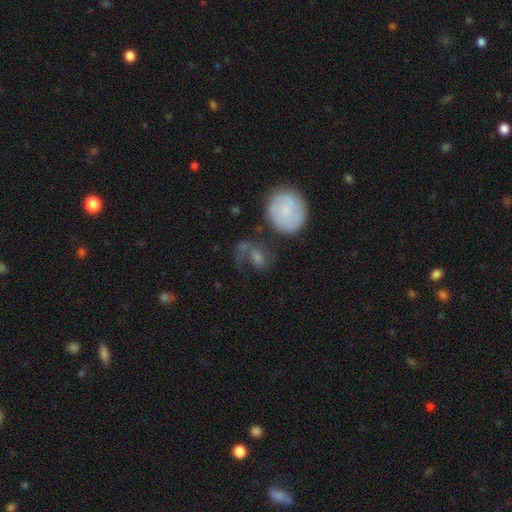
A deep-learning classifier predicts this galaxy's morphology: smooth-or-featured: smooth: 44% | featured or disk: 43% | star or artifact: 13%
  merging: none: 41% | major disturbance: 25% | minor disturbance: 18% | merger: 15%